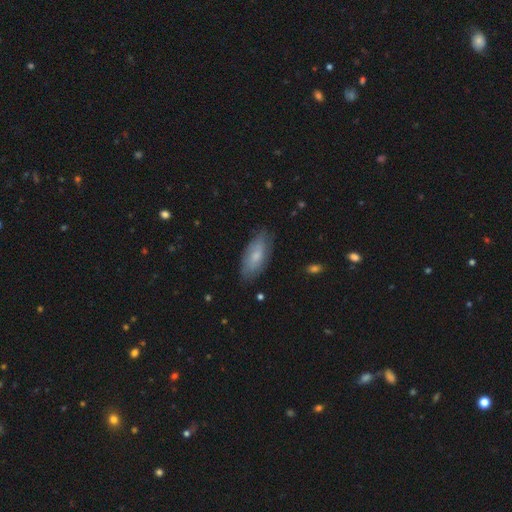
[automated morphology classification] Overall: smooth (68%). How rounded: in between (83%). Merging: none (77%).